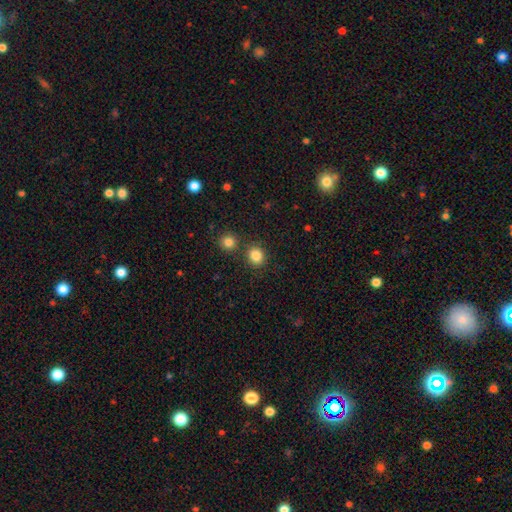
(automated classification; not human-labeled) Morphology: type=smooth (85%); roundness=round (80%); merging=none (80%).